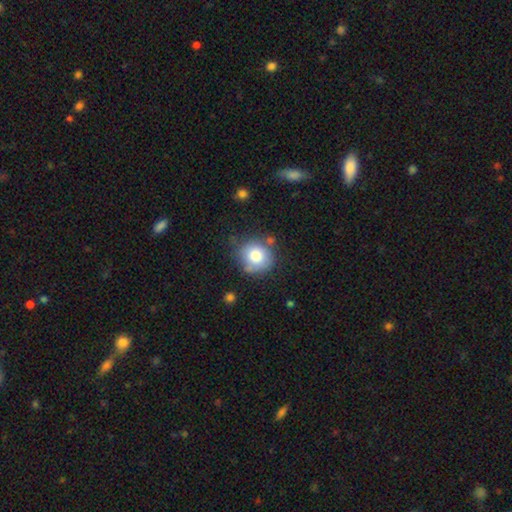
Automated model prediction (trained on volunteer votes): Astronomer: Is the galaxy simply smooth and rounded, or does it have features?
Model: smooth — 79%.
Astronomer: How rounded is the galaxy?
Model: round — 85%.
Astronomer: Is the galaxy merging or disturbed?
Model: none — 70%.